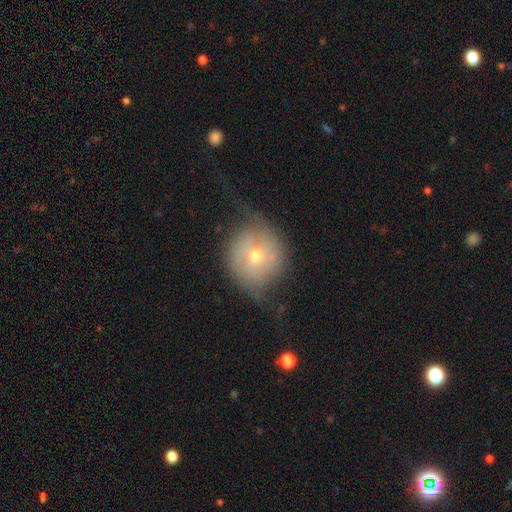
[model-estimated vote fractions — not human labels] A featured or disk galaxy (57%) with no bar (66%), spiral arms (64%) and a small central bulge (52%). Merging: none (47%).